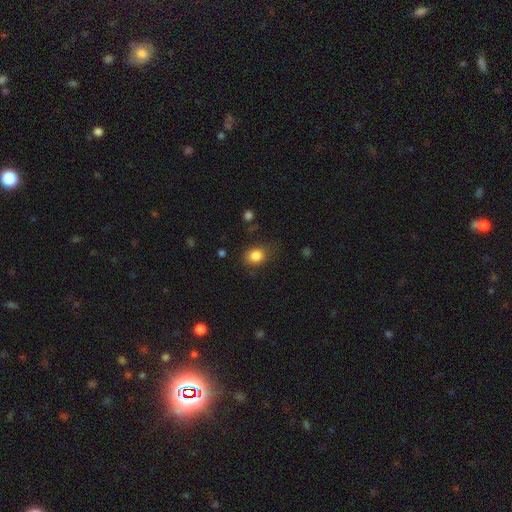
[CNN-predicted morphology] type=smooth (84%); roundness=round (54%); merging=none (75%).